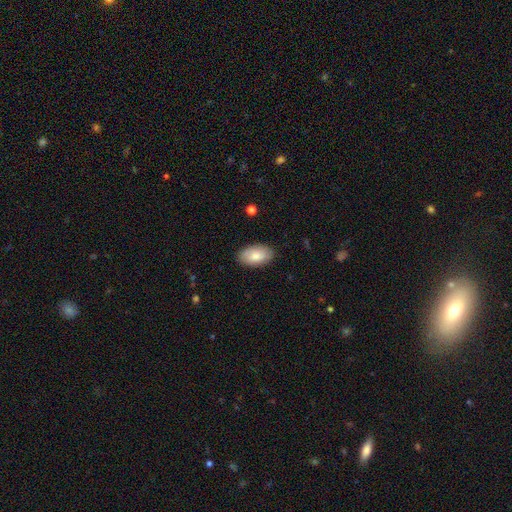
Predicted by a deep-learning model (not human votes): This is clearly a smooth galaxy (81%). How rounded: clearly in between (95%). Merging: clearly none (87%).